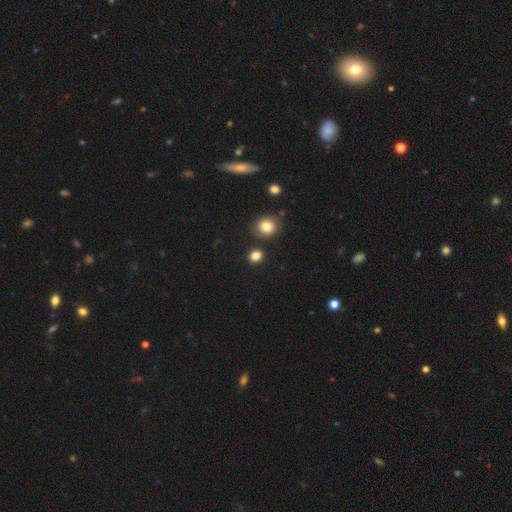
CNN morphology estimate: Smooth or featured? Predicted: smooth (p=0.83). How rounded? Predicted: round (p=0.76). Merging? Predicted: none (p=0.83).